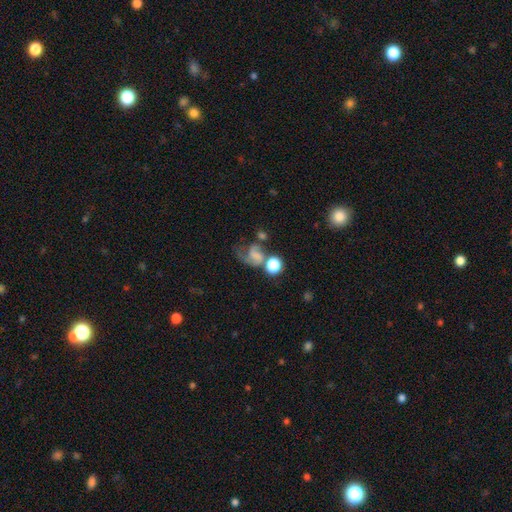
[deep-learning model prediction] Morphology: type=featured or disk (49%); merging=major disturbance (32%).